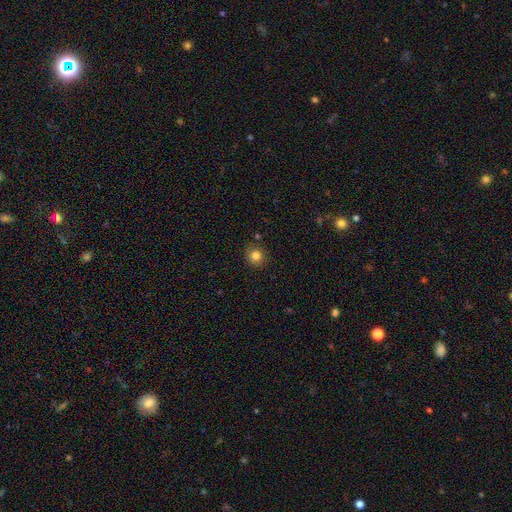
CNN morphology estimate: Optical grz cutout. It shows a smooth galaxy with no disk features (83%) that is round (89%). Merging: none (87%).